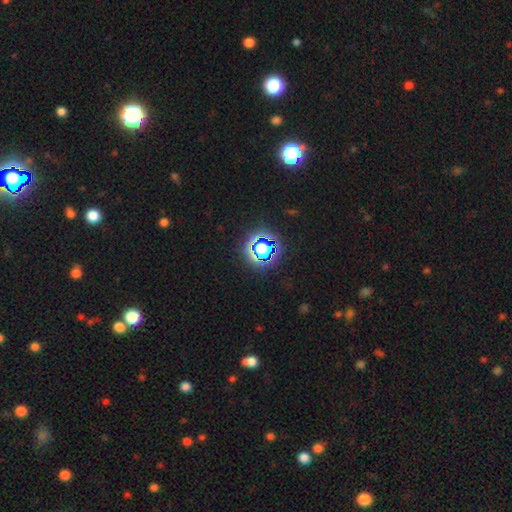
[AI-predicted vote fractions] This is likely a star or artifact rather than a galaxy (70%).